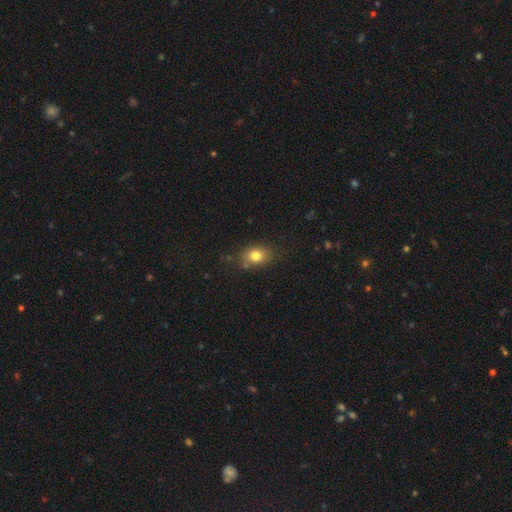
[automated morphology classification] Smooth or featured?
  - smooth: 79% *
  - star or artifact: 11%
  - featured or disk: 9%
How rounded?
  - in between: 64% *
  - round: 35%
  - cigar-shaped: 1%
Merging?
  - none: 77% *
  - minor disturbance: 15%
  - major disturbance: 4%
  - merger: 4%